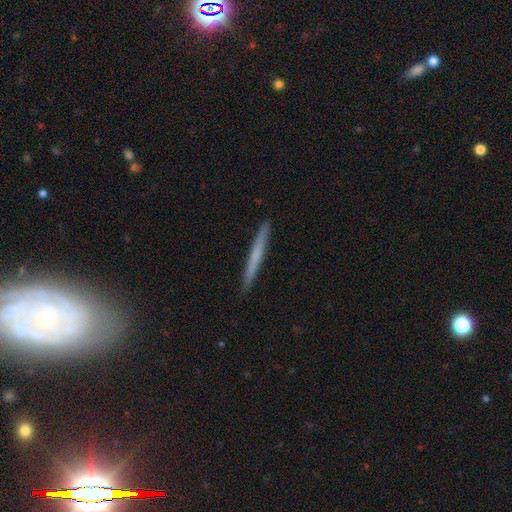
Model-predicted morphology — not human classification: Overall: smooth (53%; featured or disk 41%). How rounded: cigar-shaped (97%). Merging: none (93%).